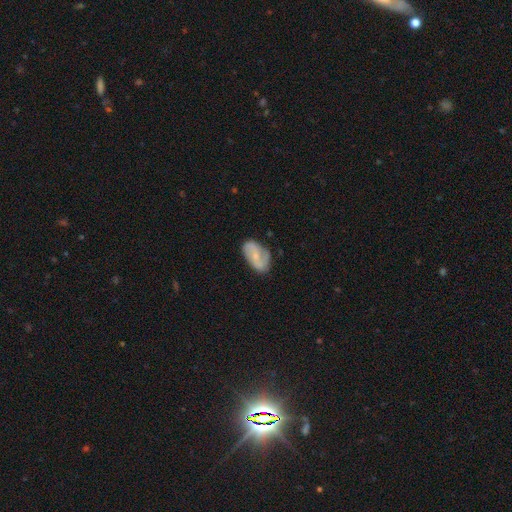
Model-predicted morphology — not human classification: Smooth or featured: featured or disk — 51% (smooth — 42%)
Edge-on disk: no — 95% (yes — 5%)
Merging: none — 66% (minor disturbance — 25%)